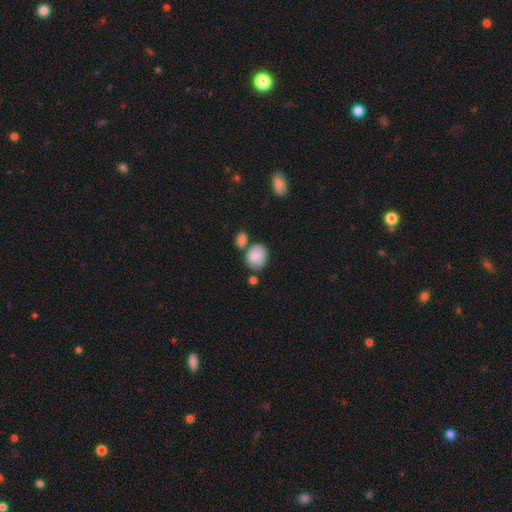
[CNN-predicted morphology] The model was most divided on "how rounded": in between: 56%, round: 43%, cigar-shaped: 1%. More confident: smooth or featured — smooth (78%); merging — none (50%).